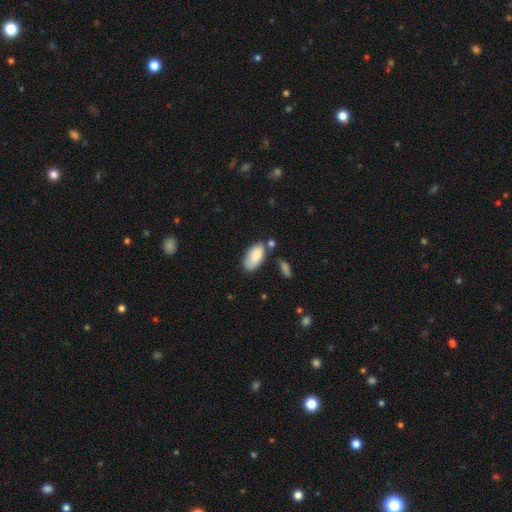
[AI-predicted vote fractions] Q: Smooth or featured?
A: smooth (84%); runner-up: featured or disk (10%)
Q: How rounded?
A: in between (94%); runner-up: cigar-shaped (4%)
Q: Merging?
A: none (62%); runner-up: minor disturbance (23%)